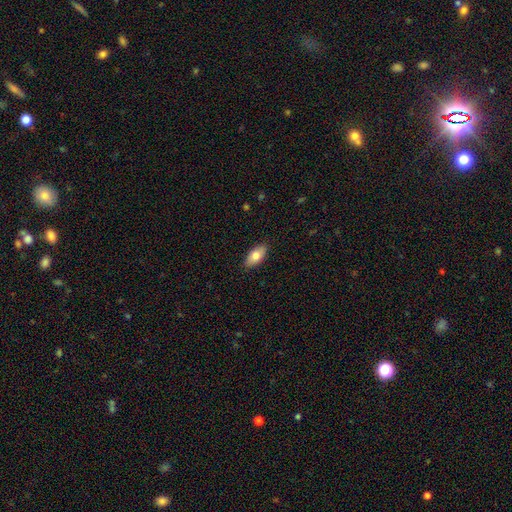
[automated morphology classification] smooth 78%, featured or disk 16%, star or artifact 6%. Down the decision tree: how rounded — in between (89%); merging — none (88%).